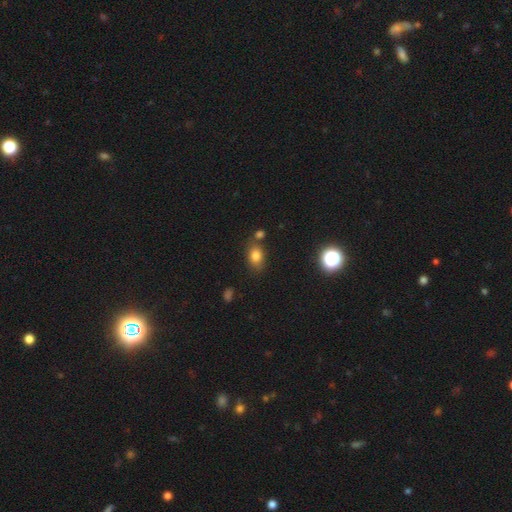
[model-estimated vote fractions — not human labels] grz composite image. It shows a smooth galaxy with no disk features (78%) that is in between round and cigar-shaped (73%). Merging: none (70%).